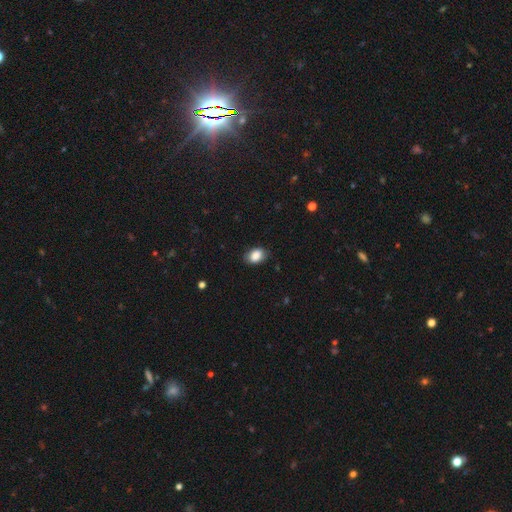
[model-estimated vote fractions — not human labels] Overall: smooth (87%). How rounded: in between (85%). Merging: none (82%).